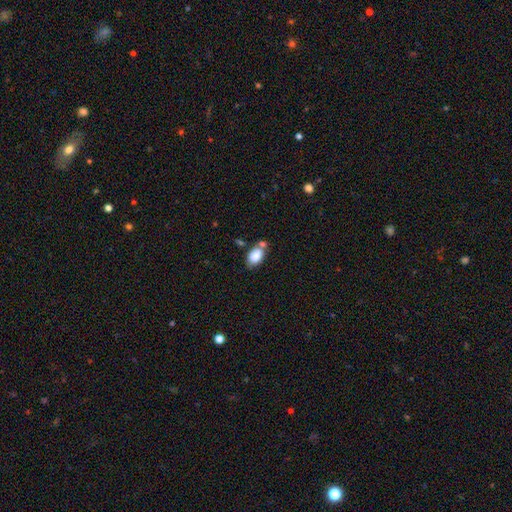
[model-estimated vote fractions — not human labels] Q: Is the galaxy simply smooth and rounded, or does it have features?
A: smooth — 84%.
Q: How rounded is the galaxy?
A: in between — 88%.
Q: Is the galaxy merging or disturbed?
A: none — 52%.